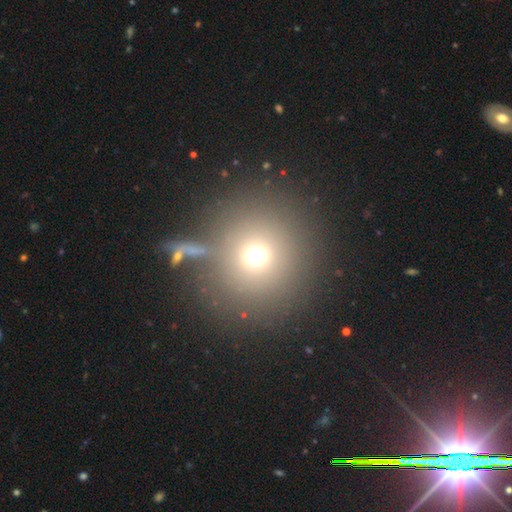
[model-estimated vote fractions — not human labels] Smooth or featured? smooth (68%)
How rounded? round (90%)
Merging? none (65%)